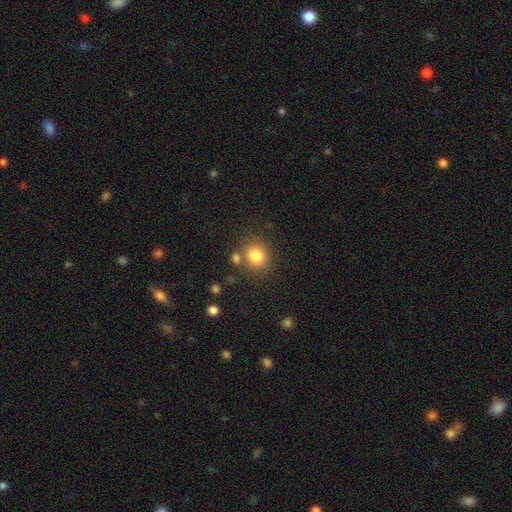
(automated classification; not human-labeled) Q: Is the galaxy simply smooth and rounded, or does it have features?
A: smooth — 81%.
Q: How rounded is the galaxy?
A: round — 82%.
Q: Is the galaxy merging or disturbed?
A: none — 74%.